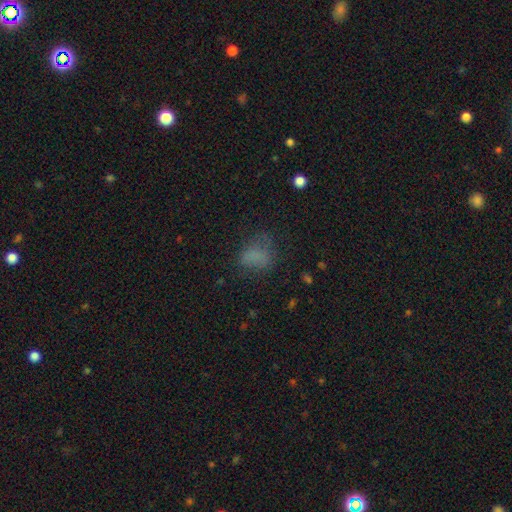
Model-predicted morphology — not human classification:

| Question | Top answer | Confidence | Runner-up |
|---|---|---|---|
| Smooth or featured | smooth | 69% | star or artifact (17%) |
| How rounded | in between | 67% | round (32%) |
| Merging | none | 49% | minor disturbance (26%) |